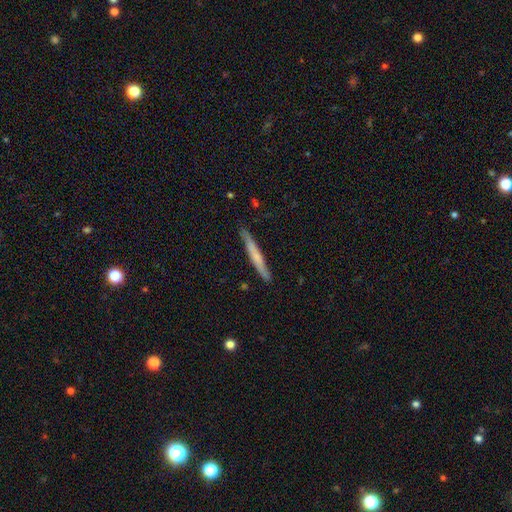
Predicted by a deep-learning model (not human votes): Smooth or featured? Predicted: smooth (p=0.54). How rounded? Predicted: cigar-shaped (p=0.97). Merging? Predicted: none (p=0.87).